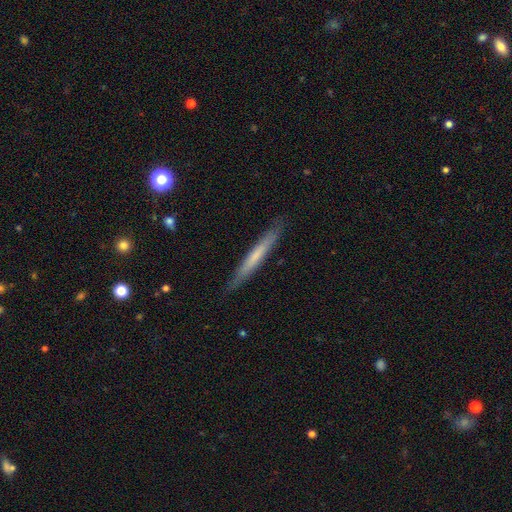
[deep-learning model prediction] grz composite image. It shows a smooth galaxy with no disk features (55%) that is cigar-shaped (96%). Merging: none (87%).